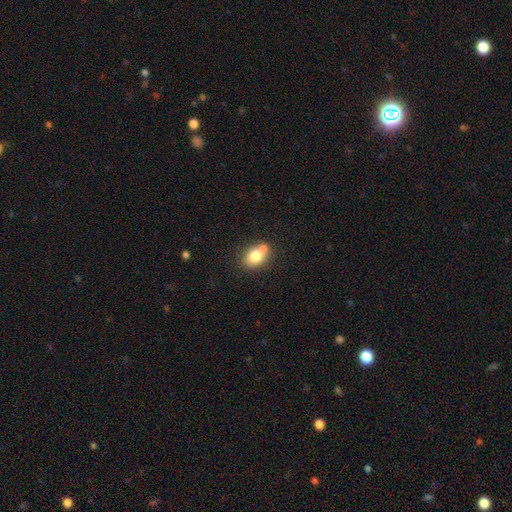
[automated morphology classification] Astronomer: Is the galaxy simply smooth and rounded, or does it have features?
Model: smooth — 76%.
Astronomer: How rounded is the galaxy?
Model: in between — 60% (runner-up: round, 39%).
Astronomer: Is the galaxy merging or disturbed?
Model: none — 52% (runner-up: merger, 31%).